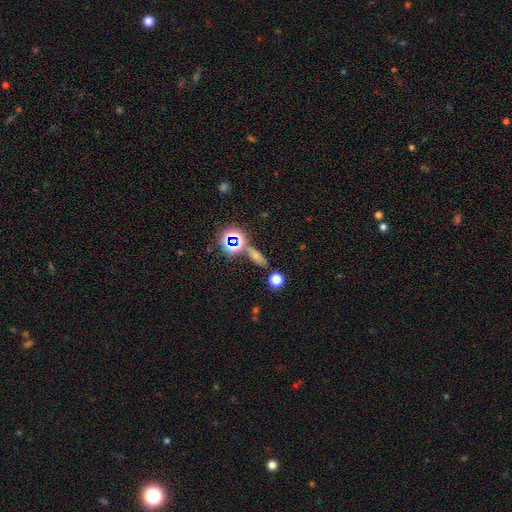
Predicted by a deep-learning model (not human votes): Morphology: type=smooth (55%); roundness=cigar-shaped (47%); merging=none (75%).